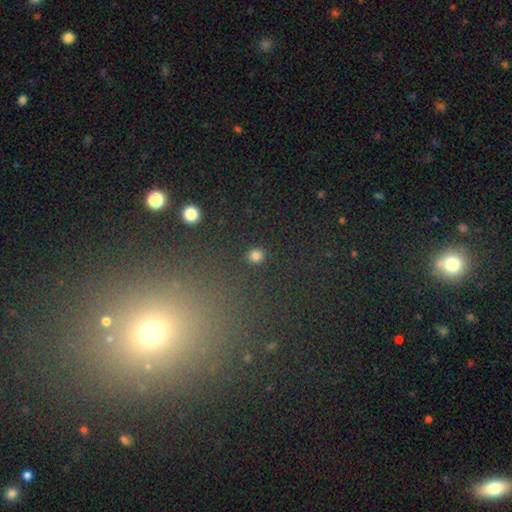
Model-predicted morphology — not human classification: Smooth or featured?
  - smooth: 82% *
  - star or artifact: 14%
  - featured or disk: 4%
How rounded?
  - round: 91% *
  - in between: 8%
  - cigar-shaped: 1%
Merging?
  - none: 91% *
  - minor disturbance: 5%
  - major disturbance: 2%
  - merger: 2%